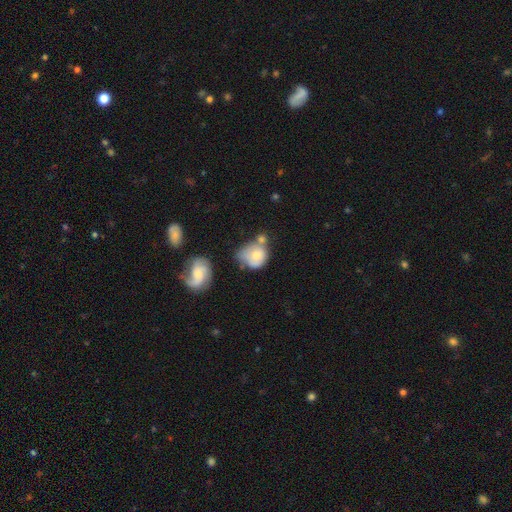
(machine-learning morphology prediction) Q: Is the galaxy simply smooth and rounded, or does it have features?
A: smooth — 65%.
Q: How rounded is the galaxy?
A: round — 62%.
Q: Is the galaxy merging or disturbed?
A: merger — 33%.